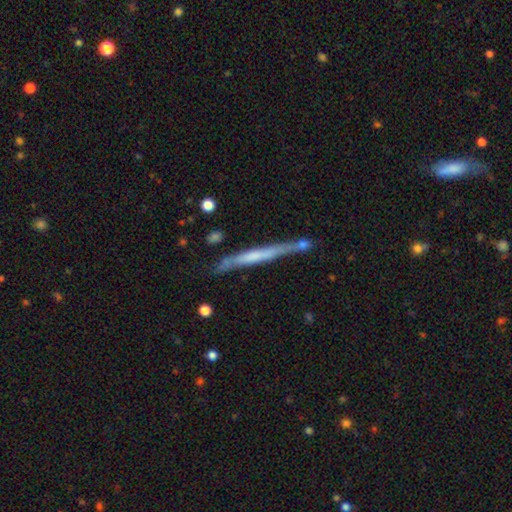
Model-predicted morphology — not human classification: This appears to be a featured or disk galaxy (58%) viewed edge-on (94%) with no central bulge (65%). Merging: none (68%).